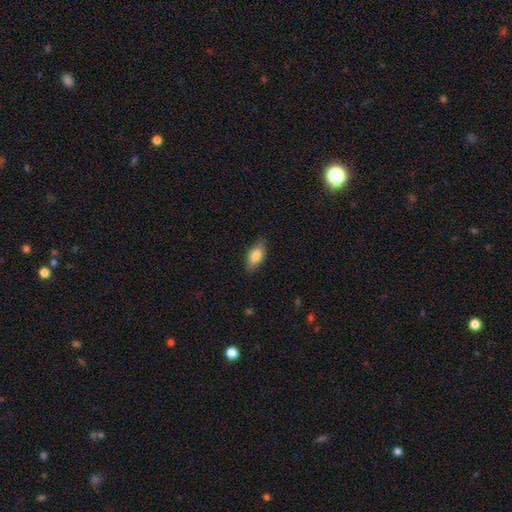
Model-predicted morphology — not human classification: Overall: smooth (83%). How rounded: in between (89%). Merging: none (84%).